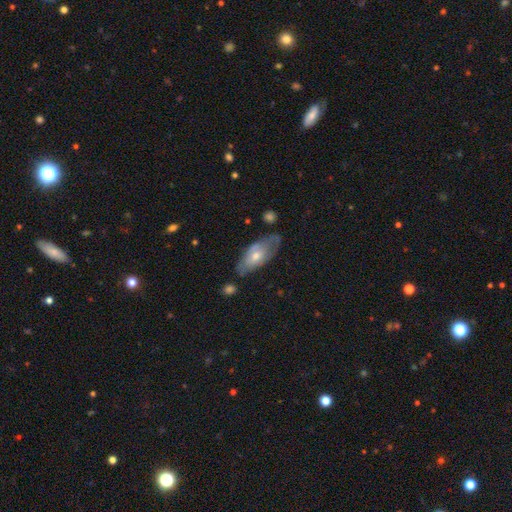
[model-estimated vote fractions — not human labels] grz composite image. It shows a featured or disk galaxy (52%). Merging: none (59%).